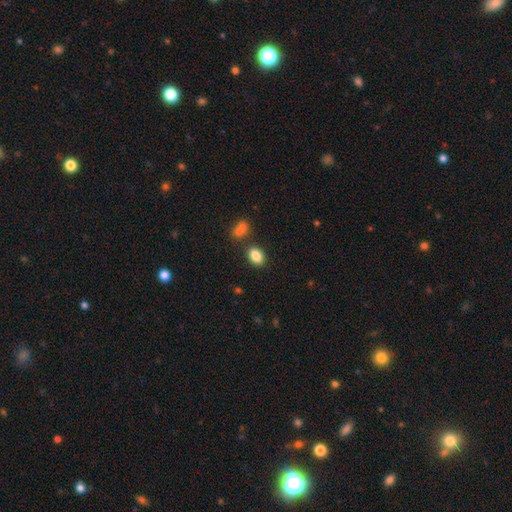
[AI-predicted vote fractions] Smooth or featured? smooth (86%)
How rounded? in between (84%)
Merging? none (78%)